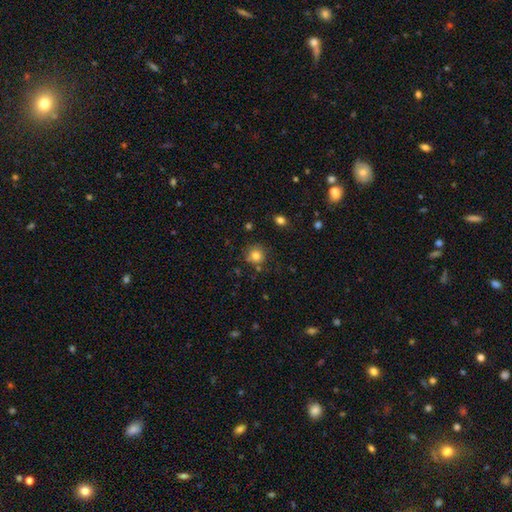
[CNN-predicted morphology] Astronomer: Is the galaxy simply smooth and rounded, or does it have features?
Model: smooth — 80%.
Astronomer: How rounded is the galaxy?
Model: round — 90%.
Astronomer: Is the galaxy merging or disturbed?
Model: none — 79%.